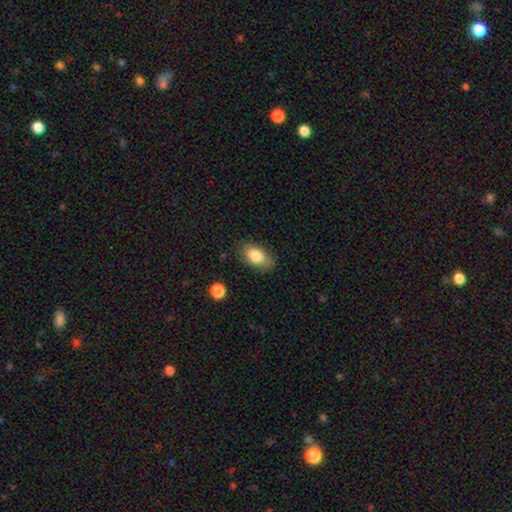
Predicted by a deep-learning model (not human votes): The model was most divided on "merging": none: 83%, minor disturbance: 13%, major disturbance: 3%, merger: 1%. More confident: how rounded — in between (92%); smooth or featured — smooth (82%).